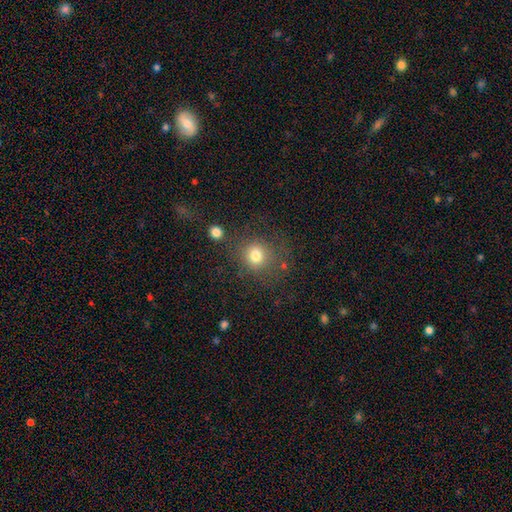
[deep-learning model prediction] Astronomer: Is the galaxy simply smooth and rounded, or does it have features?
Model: smooth — 78%.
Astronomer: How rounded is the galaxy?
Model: round — 85%.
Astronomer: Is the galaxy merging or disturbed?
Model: none — 73%.